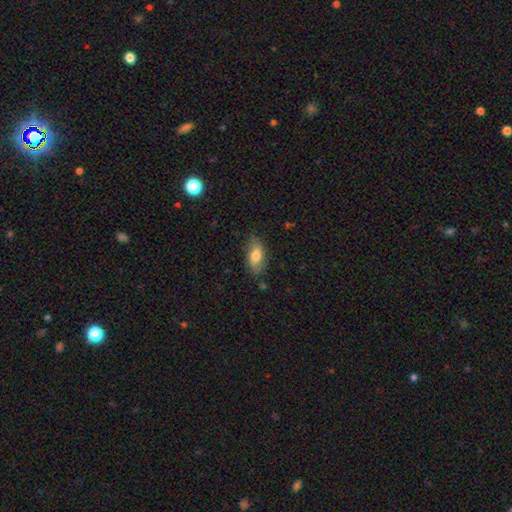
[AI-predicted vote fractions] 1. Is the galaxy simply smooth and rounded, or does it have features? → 77% smooth, 16% featured or disk, 7% star or artifact.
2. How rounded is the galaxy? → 89% in between, 7% cigar-shaped, 4% round.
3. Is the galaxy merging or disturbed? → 77% none, 18% minor disturbance, 4% major disturbance, 2% merger.